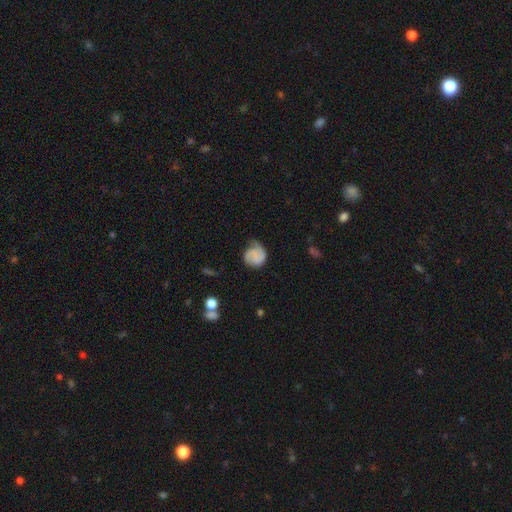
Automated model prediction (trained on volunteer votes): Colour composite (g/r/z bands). It shows a smooth galaxy with no disk features (46%, tied with featured or disk). Merging: none (50%).